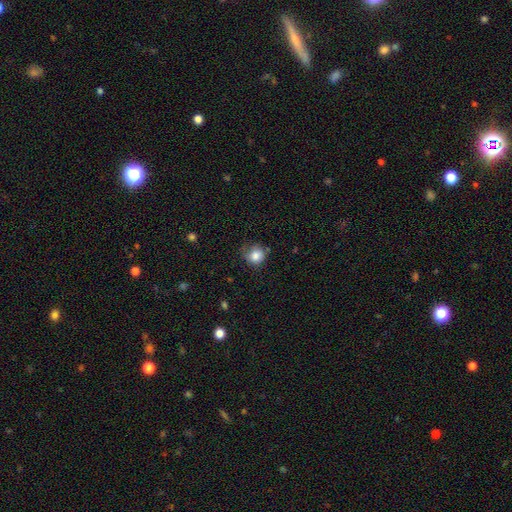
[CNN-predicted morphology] Smooth or featured? smooth (82%)
How rounded? round (81%)
Merging? none (57%)